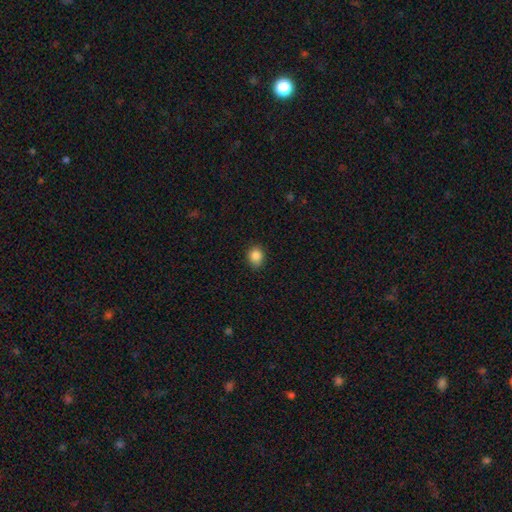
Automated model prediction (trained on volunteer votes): smooth_or_featured: smooth (p=0.86) [alt: star or artifact p=0.10]
how_rounded: round (p=0.68) [alt: in between p=0.31]
merging: none (p=0.86) [alt: minor disturbance p=0.11]